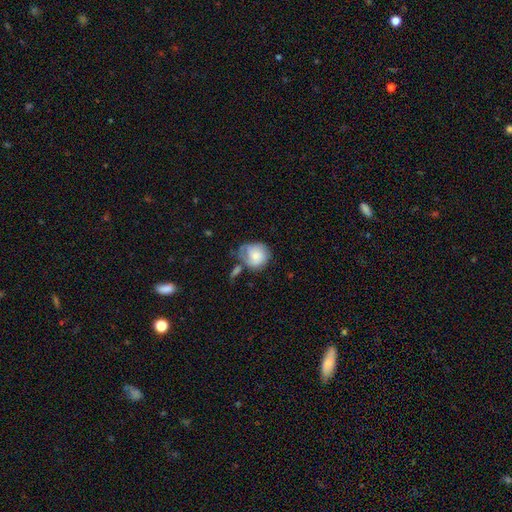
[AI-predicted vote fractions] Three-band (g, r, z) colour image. It shows a smooth galaxy with no disk features (57%) that is round (72%). Merging: none (36%).